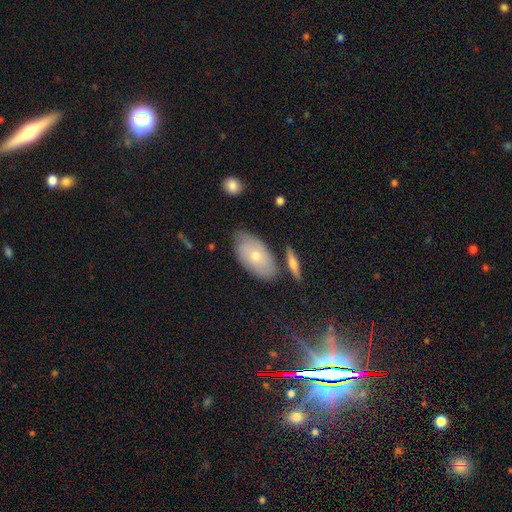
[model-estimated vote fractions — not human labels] A smooth galaxy with no disk features (57%) that is in between round and cigar-shaped (91%).

Vote fractions:
- Smooth or featured? smooth: 57% / featured or disk: 36% / star or artifact: 7%
- How rounded? in between: 91% / round: 6% / cigar-shaped: 3%
- Merging? none: 66% / minor disturbance: 21% / merger: 8% / major disturbance: 5%